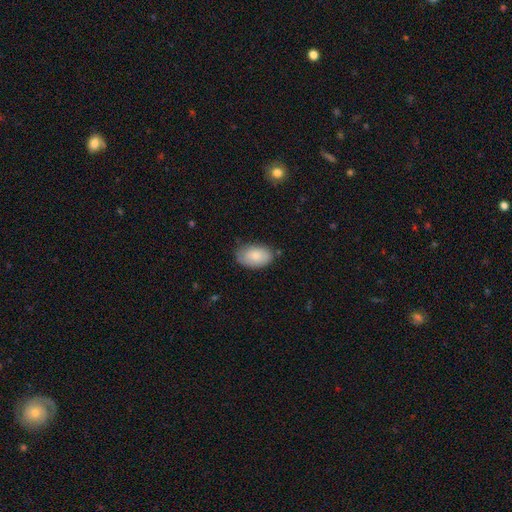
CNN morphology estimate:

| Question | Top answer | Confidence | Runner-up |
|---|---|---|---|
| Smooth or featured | smooth | 82% | featured or disk (12%) |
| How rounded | in between | 93% | round (6%) |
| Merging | none | 75% | minor disturbance (20%) |